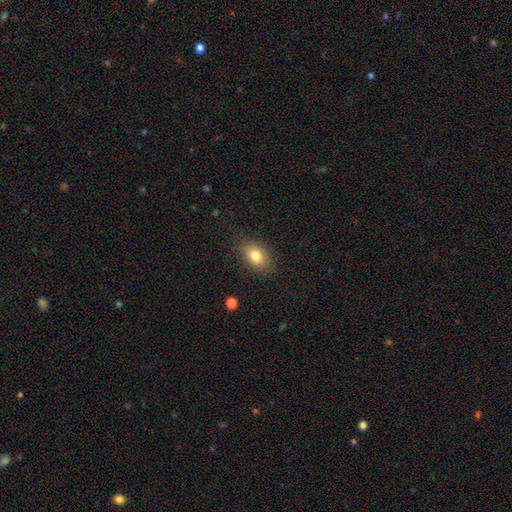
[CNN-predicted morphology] The model was most divided on "how rounded": in between: 80%, round: 18%, cigar-shaped: 2%. More confident: merging — none (84%); smooth or featured — smooth (80%).